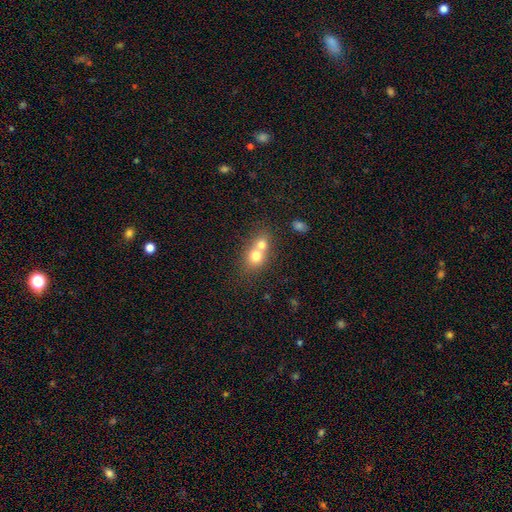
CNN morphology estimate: Overall: smooth (71%). How rounded: round (66%; in between 32%). Merging: merger (68%).